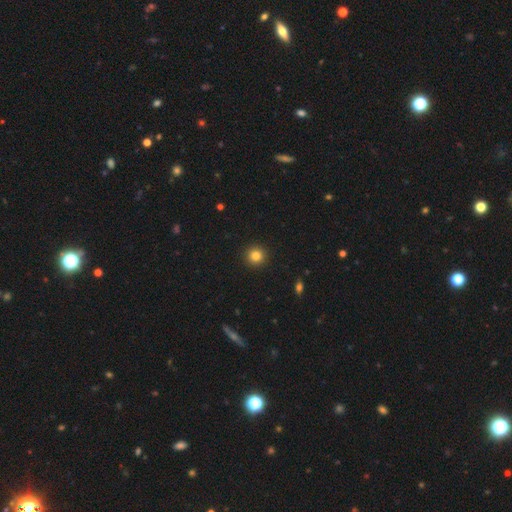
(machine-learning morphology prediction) Smooth or featured: smooth — 83% (star or artifact — 11%)
How rounded: round — 95% (in between — 4%)
Merging: none — 93% (minor disturbance — 4%)